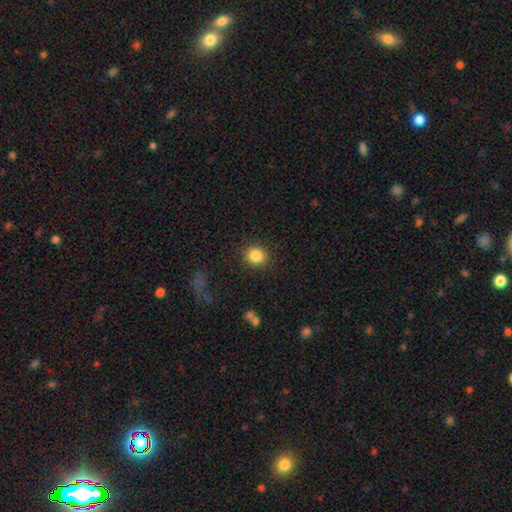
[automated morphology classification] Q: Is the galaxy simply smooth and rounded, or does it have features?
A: smooth — 85%.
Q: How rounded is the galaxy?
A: round — 84%.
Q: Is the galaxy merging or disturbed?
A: none — 89%.